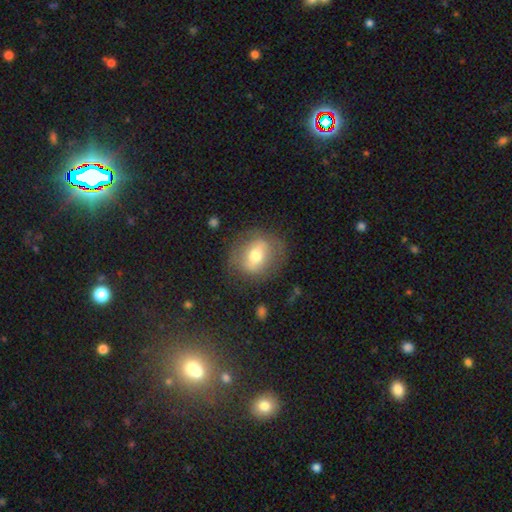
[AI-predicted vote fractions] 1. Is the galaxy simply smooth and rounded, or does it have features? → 53% smooth, 39% featured or disk, 8% star or artifact.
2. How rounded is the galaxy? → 60% round, 38% in between, 2% cigar-shaped.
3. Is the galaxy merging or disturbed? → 74% none, 16% minor disturbance, 8% major disturbance, 2% merger.